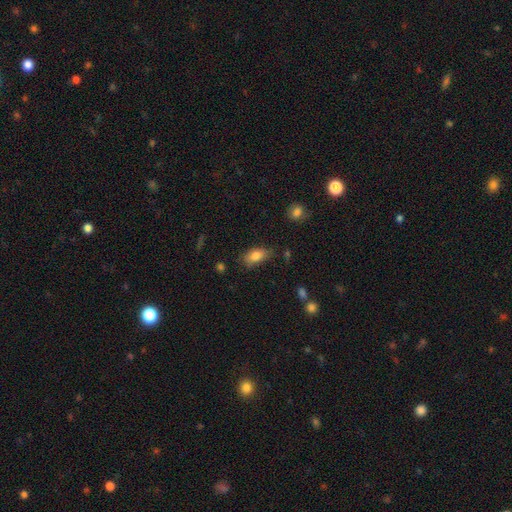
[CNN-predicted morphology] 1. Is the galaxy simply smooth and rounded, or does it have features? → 83% smooth, 10% featured or disk, 8% star or artifact.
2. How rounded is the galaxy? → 90% in between, 5% cigar-shaped, 5% round.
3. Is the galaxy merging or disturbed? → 69% none, 23% minor disturbance, 5% major disturbance, 3% merger.